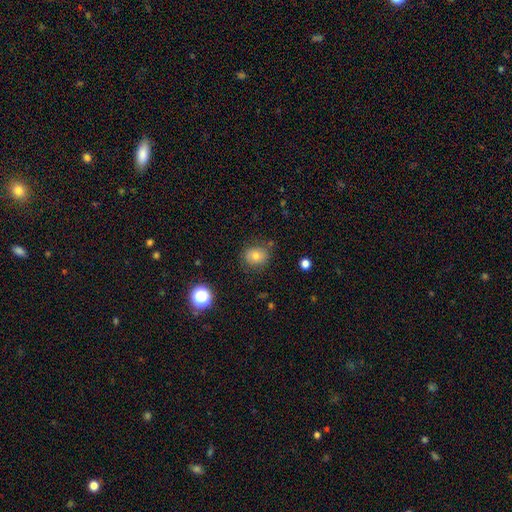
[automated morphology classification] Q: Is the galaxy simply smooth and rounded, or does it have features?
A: smooth — 73%.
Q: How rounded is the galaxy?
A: round — 76%.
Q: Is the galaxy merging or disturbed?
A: none — 78%.